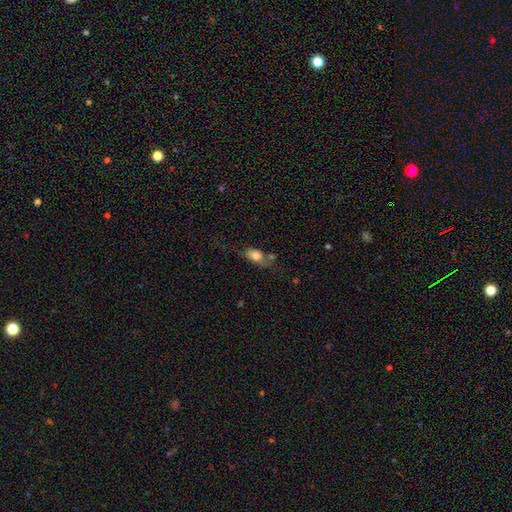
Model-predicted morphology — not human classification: This appears to be a smooth galaxy with no disk features (75%) that is in between round and cigar-shaped (73%). Merging: none (48%).